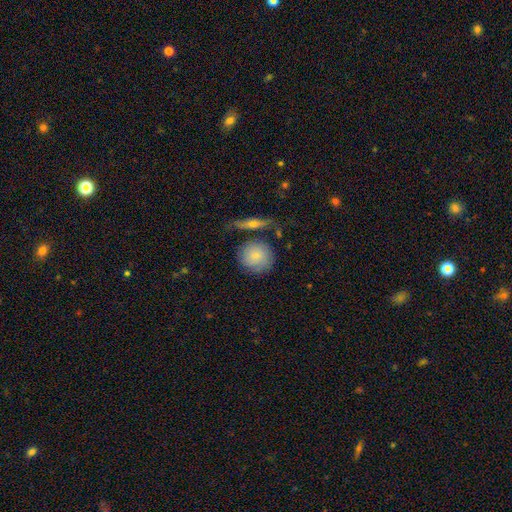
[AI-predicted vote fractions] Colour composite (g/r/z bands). It shows a smooth galaxy with no disk features (71%) that is round (87%). Merging: none (70%).